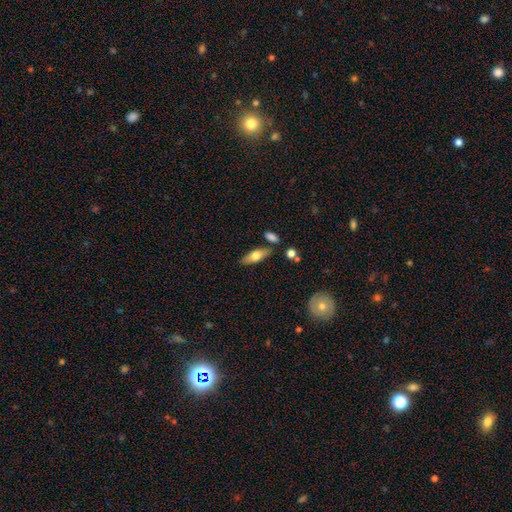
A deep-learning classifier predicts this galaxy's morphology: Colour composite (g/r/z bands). It shows a smooth galaxy with no disk features (66%) that is in between round and cigar-shaped (65%). Merging: none (78%).